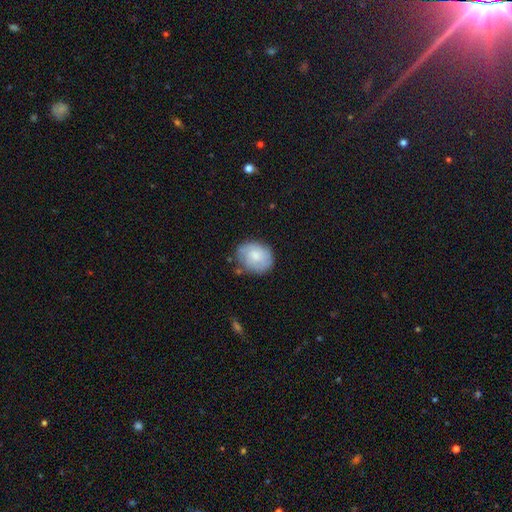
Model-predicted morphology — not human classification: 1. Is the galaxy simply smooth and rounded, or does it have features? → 60% smooth, 33% featured or disk, 7% star or artifact.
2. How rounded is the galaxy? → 57% round, 42% in between, 1% cigar-shaped.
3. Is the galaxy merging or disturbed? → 71% none, 21% minor disturbance, 5% major disturbance, 3% merger.